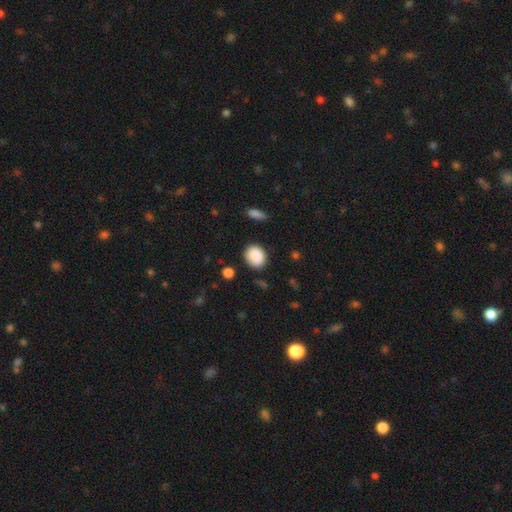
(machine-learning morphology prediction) Overall: smooth (88%). How rounded: round (64%; in between 35%). Merging: none (82%).